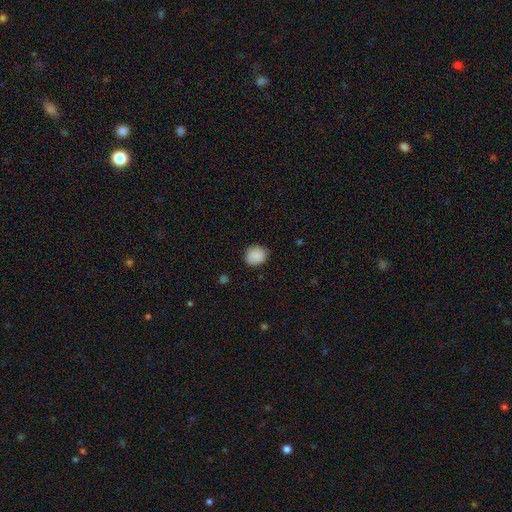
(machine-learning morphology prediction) type=smooth (88%); roundness=round (71%); merging=none (82%).